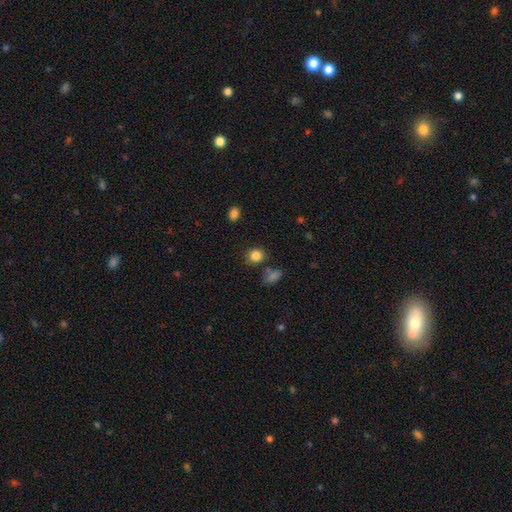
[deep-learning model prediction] Smooth or featured? smooth (84%)
How rounded? round (78%)
Merging? none (78%)